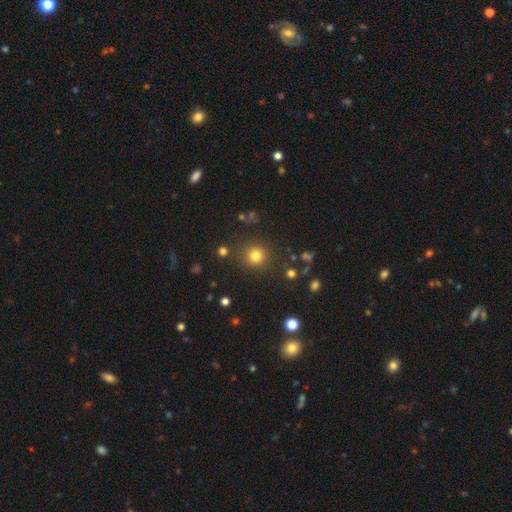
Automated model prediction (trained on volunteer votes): A smooth galaxy with no disk features (79%) that is round (93%).

Vote fractions:
- Smooth or featured? smooth: 79% / star or artifact: 15% / featured or disk: 6%
- How rounded? round: 93% / in between: 6% / cigar-shaped: 1%
- Merging? none: 87% / minor disturbance: 7% / major disturbance: 3% / merger: 3%